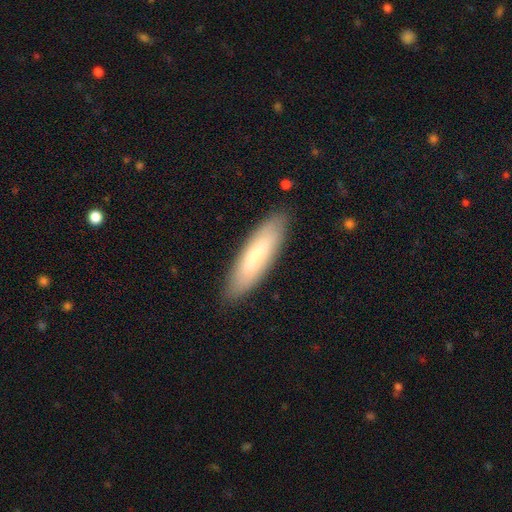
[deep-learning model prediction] Smooth or featured?
  - smooth: 68% *
  - featured or disk: 26%
  - star or artifact: 6%
How rounded?
  - cigar-shaped: 57% *
  - in between: 41%
  - round: 2%
Merging?
  - none: 87% *
  - minor disturbance: 10%
  - major disturbance: 2%
  - merger: 1%